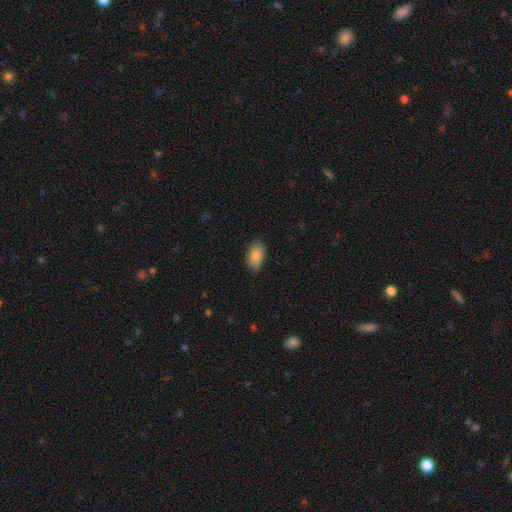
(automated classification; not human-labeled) Overall: smooth (87%). How rounded: in between (93%). Merging: none (81%).